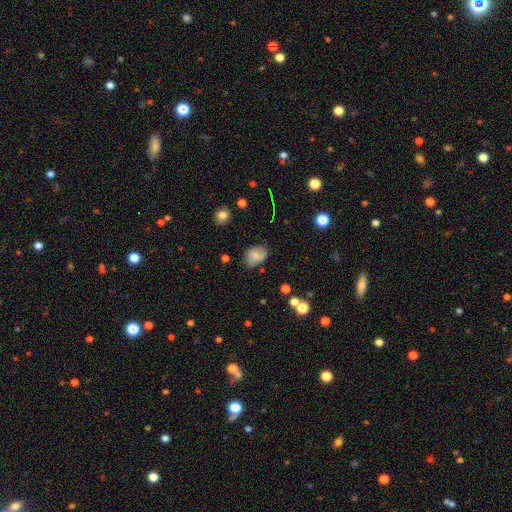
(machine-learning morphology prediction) Overall: smooth (57%; featured or disk 33%). How rounded: in between (73%). Merging: none (70%).